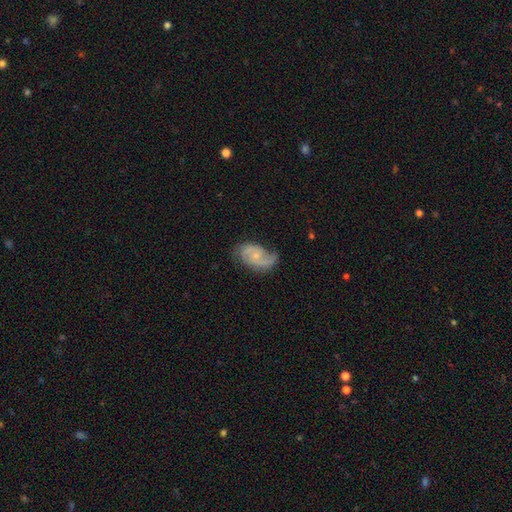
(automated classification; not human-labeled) Overall: featured or disk (76%). Edge-on disk: no (97%). Bar: no (66%; weak 29%). Spiral arms: yes (94%). Spiral arm count: 2 (75%). Spiral winding: medium (45%; loose 33%). Bulge size: small (67%). Merging: none (61%; minor disturbance 25%).